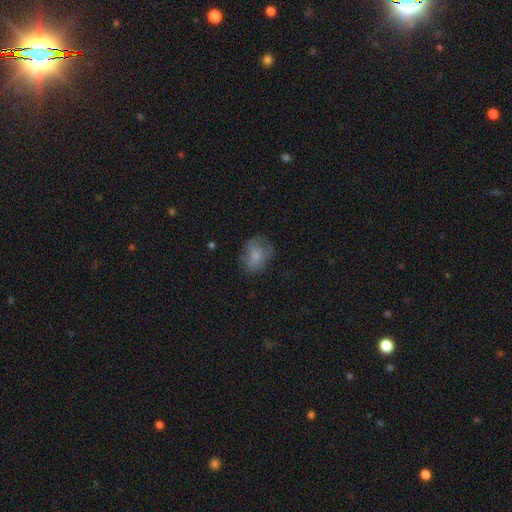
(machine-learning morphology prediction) smooth_or_featured: smooth (p=0.65) [alt: featured or disk p=0.26]
how_rounded: in between (p=0.53) [alt: round p=0.46]
merging: none (p=0.59) [alt: minor disturbance p=0.25]